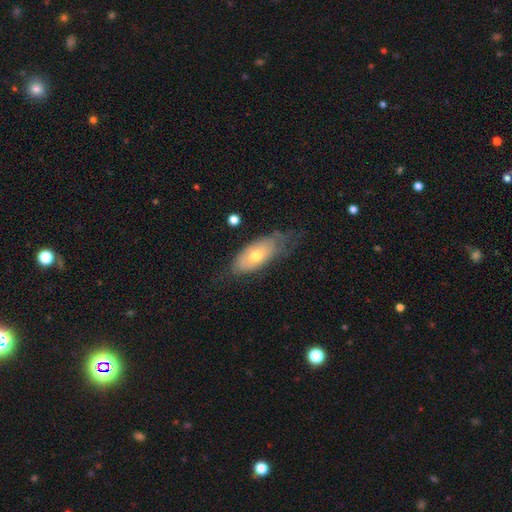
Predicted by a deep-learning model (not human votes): smooth 51%, featured or disk 42%, star or artifact 7%. Down the decision tree: how rounded — in between (85%); merging — none (54%).